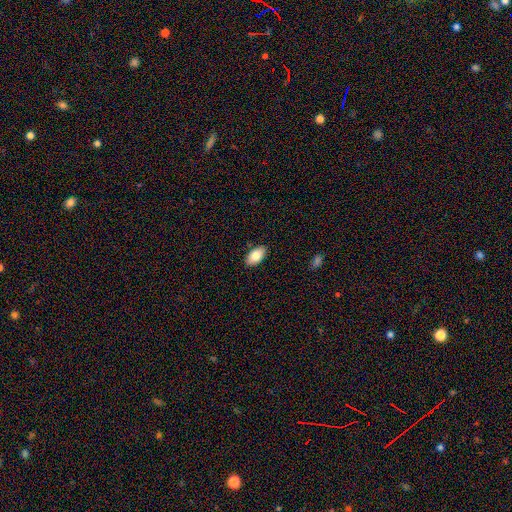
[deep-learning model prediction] smooth 82%, featured or disk 11%, star or artifact 7%. Down the decision tree: how rounded — in between (94%); merging — none (87%).